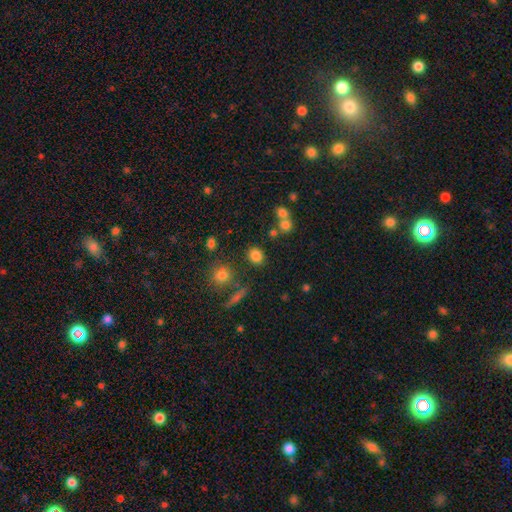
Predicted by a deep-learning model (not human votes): Smooth or featured?
  - smooth: 81% *
  - star or artifact: 13%
  - featured or disk: 6%
How rounded?
  - round: 55% *
  - in between: 43%
  - cigar-shaped: 2%
Merging?
  - none: 78% *
  - minor disturbance: 10%
  - merger: 8%
  - major disturbance: 4%